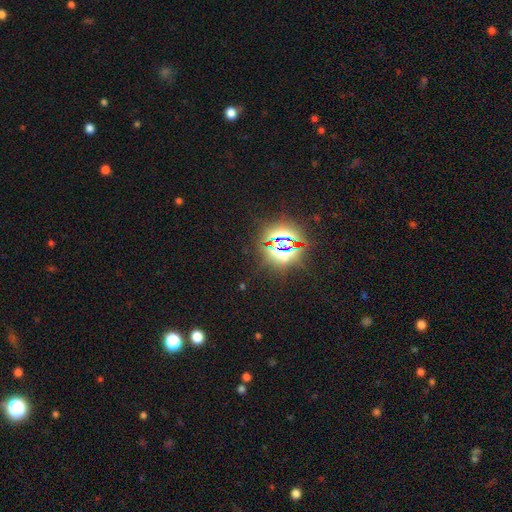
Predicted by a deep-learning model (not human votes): smooth_or_featured: star or artifact (p=0.85) [alt: smooth p=0.09]